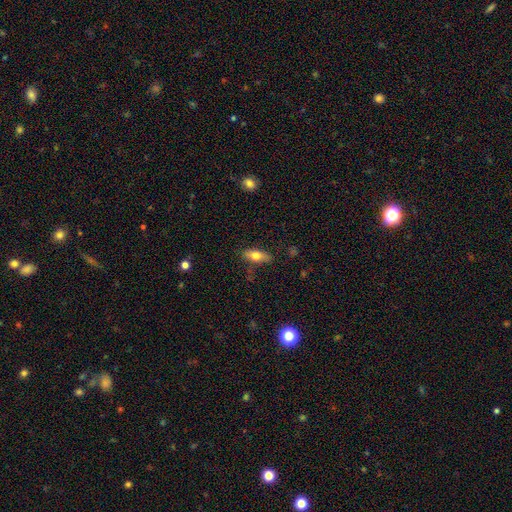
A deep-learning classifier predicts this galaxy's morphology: Smooth or featured?
  - smooth: 70% *
  - featured or disk: 23%
  - star or artifact: 7%
How rounded?
  - in between: 72% *
  - cigar-shaped: 25%
  - round: 3%
Merging?
  - none: 77% *
  - minor disturbance: 17%
  - major disturbance: 4%
  - merger: 2%